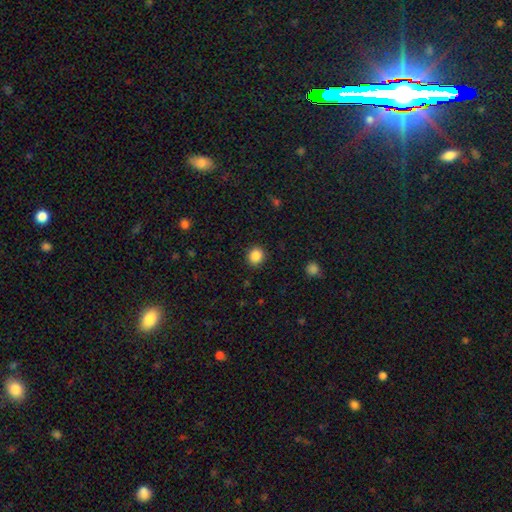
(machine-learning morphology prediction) The model was most divided on "how rounded": round: 87%, in between: 12%, cigar-shaped: 1%. More confident: merging — none (90%); smooth or featured — smooth (87%).